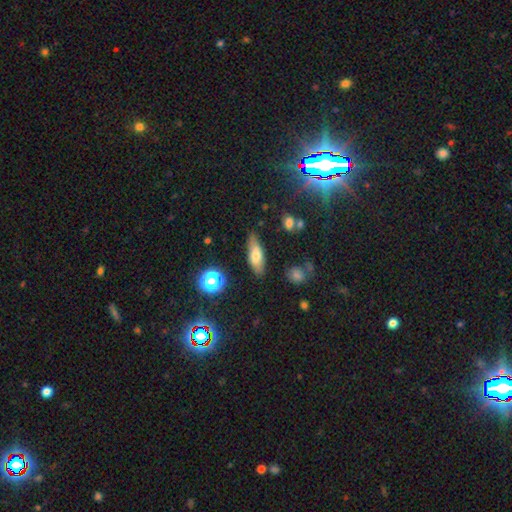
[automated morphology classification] This appears to be a smooth galaxy with no disk features (69%) that is in between round and cigar-shaped (56%). Merging: none (76%).